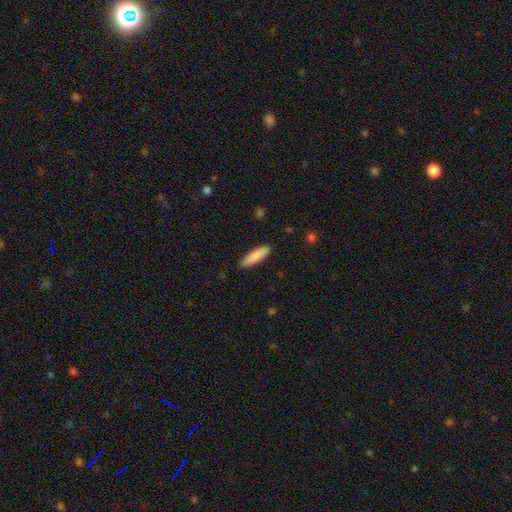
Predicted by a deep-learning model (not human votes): Morphology: type=smooth (86%); roundness=cigar-shaped (64%); merging=none (90%).